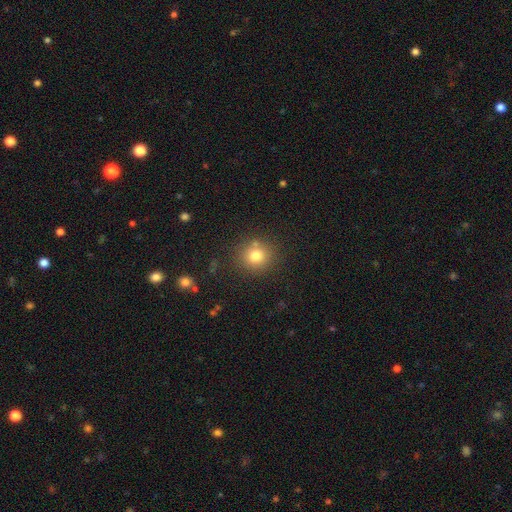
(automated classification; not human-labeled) smooth_or_featured: smooth (p=0.77) [alt: star or artifact p=0.14]
how_rounded: round (p=0.88) [alt: in between p=0.11]
merging: none (p=0.81) [alt: minor disturbance p=0.09]